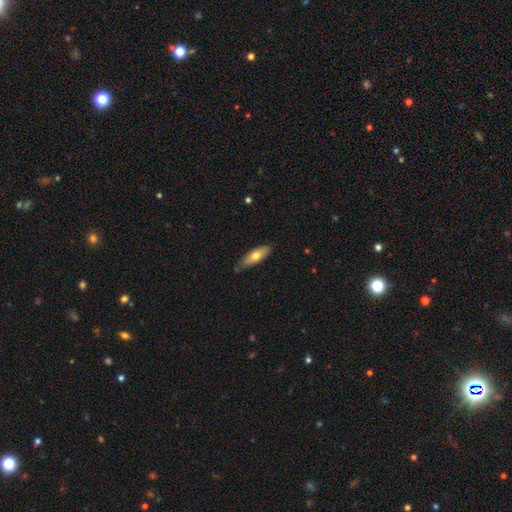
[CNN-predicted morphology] A smooth galaxy with no disk features (64%) that is in between round and cigar-shaped (55%). Merging: none (75%).